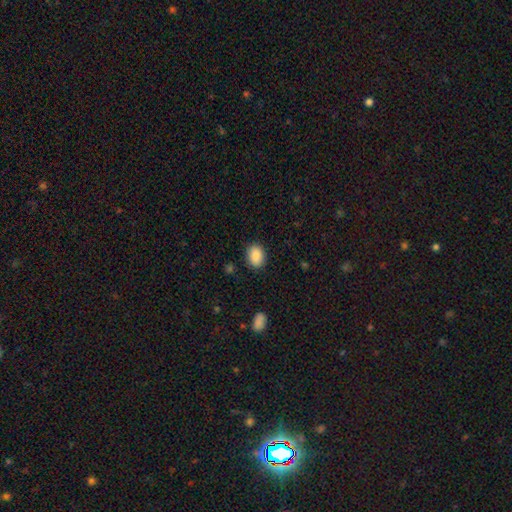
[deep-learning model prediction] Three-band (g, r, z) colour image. It shows a smooth galaxy with no disk features (89%) that is in between round and cigar-shaped (77%). Merging: none (85%).